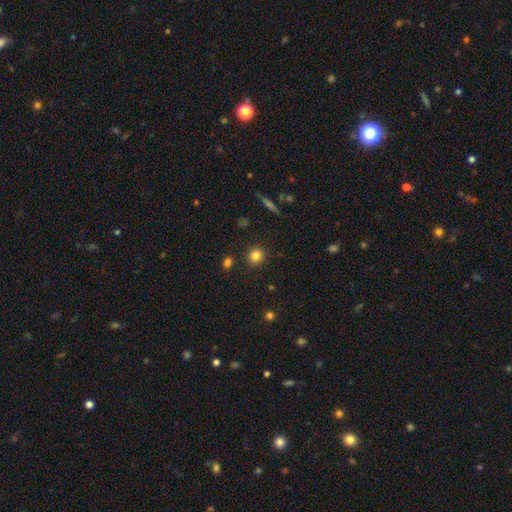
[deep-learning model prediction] This appears to be a smooth galaxy with no disk features (82%) that is round (90%). Merging: none (89%).